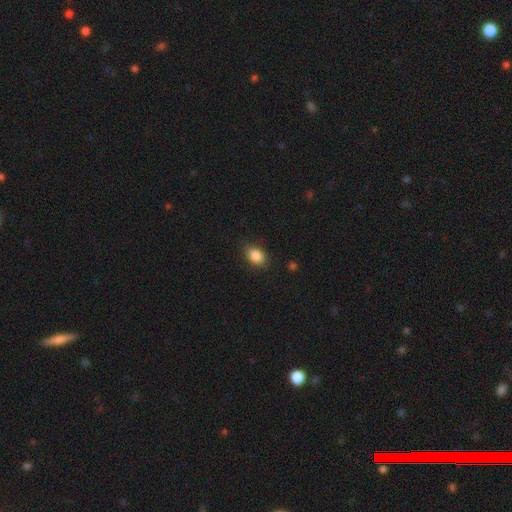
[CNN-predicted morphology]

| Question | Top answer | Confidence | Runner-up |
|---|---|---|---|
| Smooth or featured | smooth | 87% | star or artifact (9%) |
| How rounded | in between | 79% | round (19%) |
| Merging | none | 83% | minor disturbance (13%) |